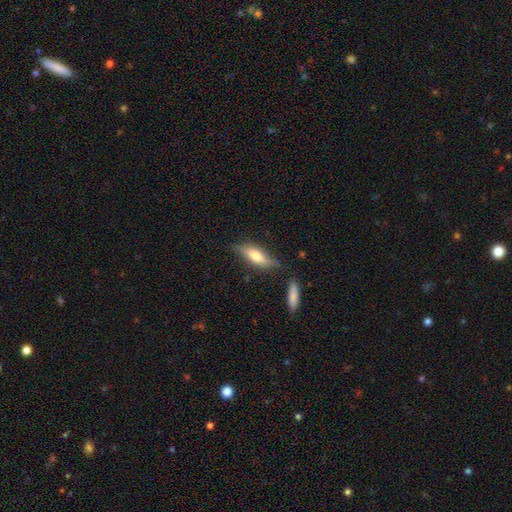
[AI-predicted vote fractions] smooth-or-featured: smooth: 49% | featured or disk: 45% | star or artifact: 7%
  merging: none: 70% | minor disturbance: 19% | merger: 6% | major disturbance: 5%